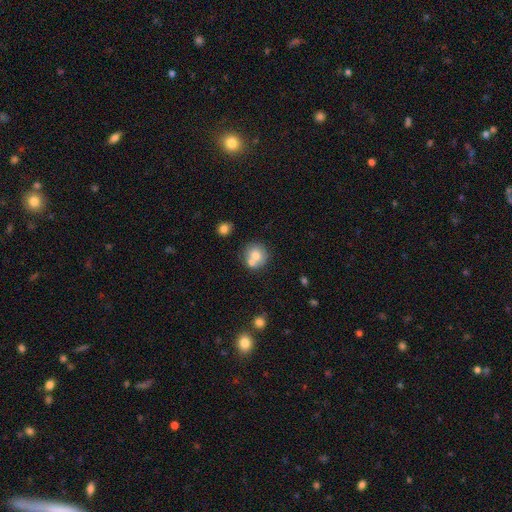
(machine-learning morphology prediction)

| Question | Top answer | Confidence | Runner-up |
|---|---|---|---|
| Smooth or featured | smooth | 70% | featured or disk (20%) |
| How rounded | round | 88% | in between (11%) |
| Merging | none | 54% | merger (33%) |